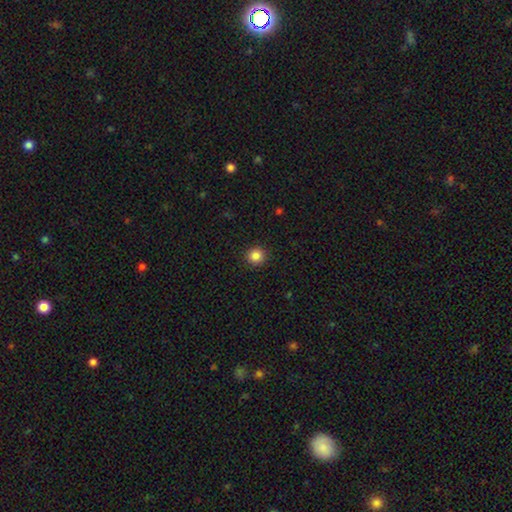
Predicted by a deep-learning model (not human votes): Smooth or featured? Predicted: smooth (p=0.85). How rounded? Predicted: round (p=0.93). Merging? Predicted: none (p=0.92).